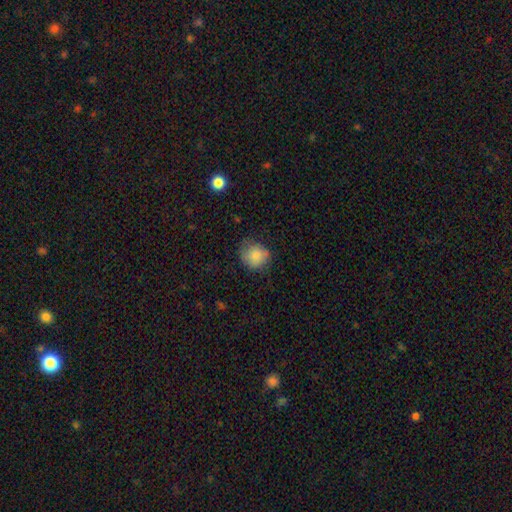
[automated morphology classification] A smooth galaxy with no disk features (81%) that is round (76%). Merging: none (65%).